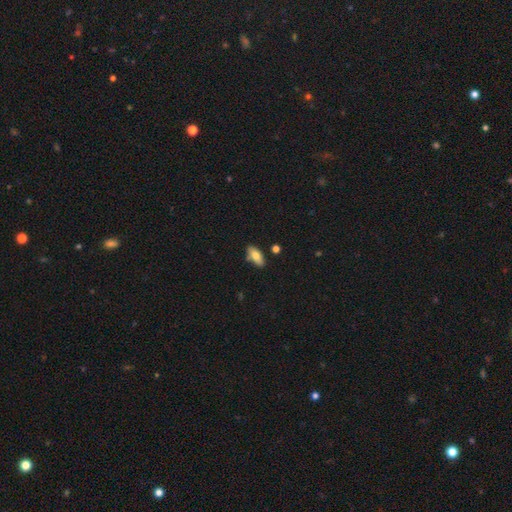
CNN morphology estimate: Q: Smooth or featured?
A: smooth (74%); runner-up: featured or disk (19%)
Q: How rounded?
A: in between (87%); runner-up: cigar-shaped (11%)
Q: Merging?
A: none (79%); runner-up: minor disturbance (14%)